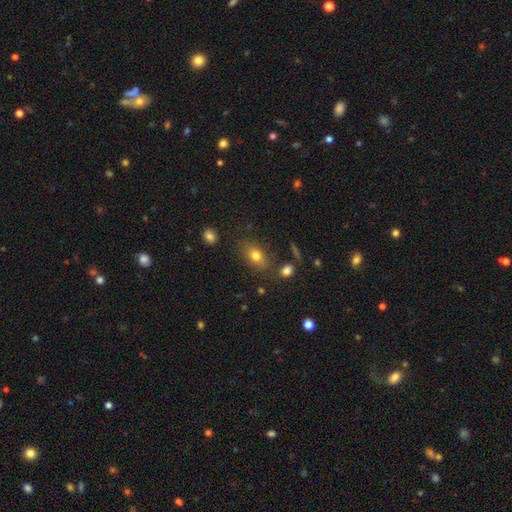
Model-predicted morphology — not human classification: Smooth or featured?
  - smooth: 77% *
  - featured or disk: 13%
  - star or artifact: 10%
How rounded?
  - in between: 80% *
  - round: 17%
  - cigar-shaped: 3%
Merging?
  - none: 76% *
  - minor disturbance: 15%
  - merger: 5%
  - major disturbance: 4%